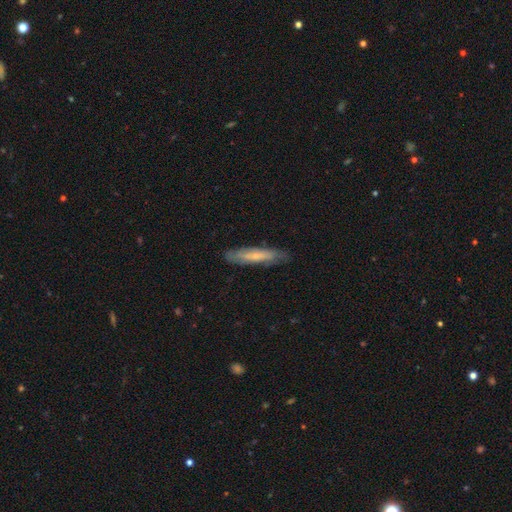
This is possibly a smooth galaxy (51%). How rounded: clearly cigar-shaped (84%). Merging: clearly none (83%).